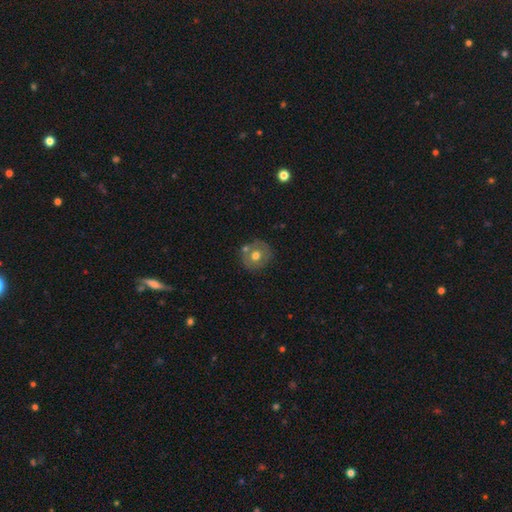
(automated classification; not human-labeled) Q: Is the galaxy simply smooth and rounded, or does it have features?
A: smooth — 57%.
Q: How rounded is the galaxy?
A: round — 90%.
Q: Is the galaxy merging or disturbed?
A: none — 71%.